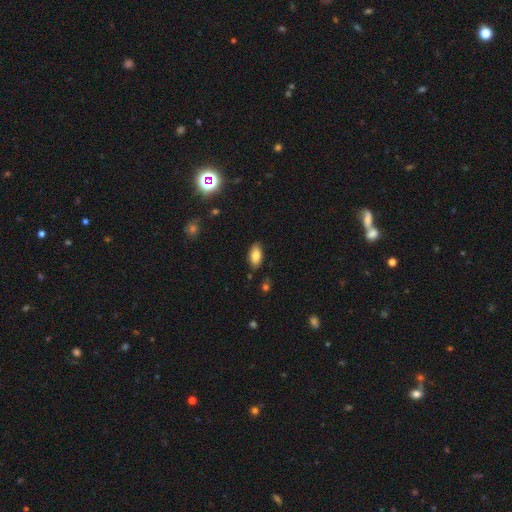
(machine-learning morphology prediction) smooth-or-featured: smooth: 82% | featured or disk: 10% | star or artifact: 8%
  how-rounded: in between: 91% | cigar-shaped: 6% | round: 3%
  merging: none: 84% | minor disturbance: 12% | major disturbance: 2% | merger: 2%